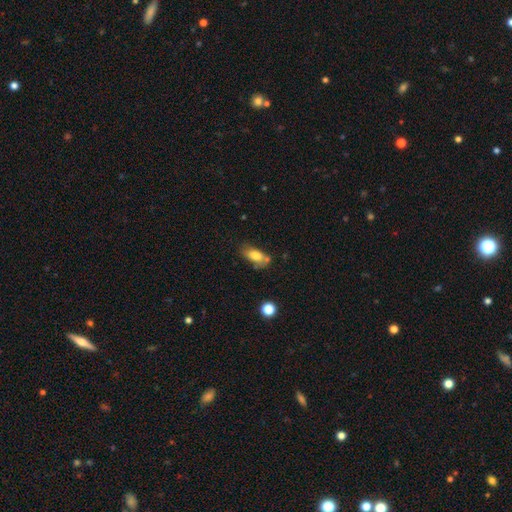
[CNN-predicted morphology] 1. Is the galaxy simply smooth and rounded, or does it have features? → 77% smooth, 14% featured or disk, 9% star or artifact.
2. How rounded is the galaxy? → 86% in between, 9% cigar-shaped, 6% round.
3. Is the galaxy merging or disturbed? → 54% none, 24% minor disturbance, 15% merger, 8% major disturbance.